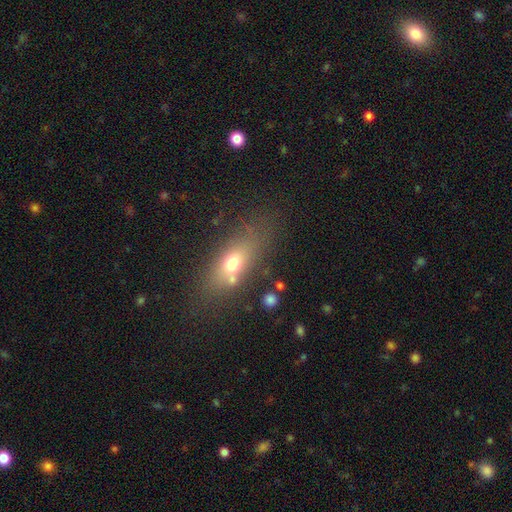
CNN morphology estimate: Smooth or featured?
  - smooth: 57% *
  - featured or disk: 28%
  - star or artifact: 15%
How rounded?
  - in between: 62% *
  - cigar-shaped: 28%
  - round: 10%
Merging?
  - none: 72% *
  - minor disturbance: 14%
  - merger: 7%
  - major disturbance: 6%